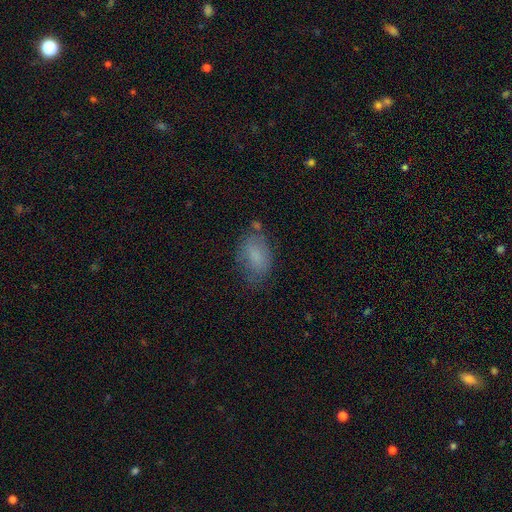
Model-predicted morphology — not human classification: A smooth galaxy with no disk features (76%) that is in between round and cigar-shaped (89%).

Vote fractions:
- Smooth or featured? smooth: 76% / featured or disk: 15% / star or artifact: 9%
- How rounded? in between: 89% / round: 8% / cigar-shaped: 2%
- Merging? none: 62% / minor disturbance: 24% / major disturbance: 9% / merger: 4%